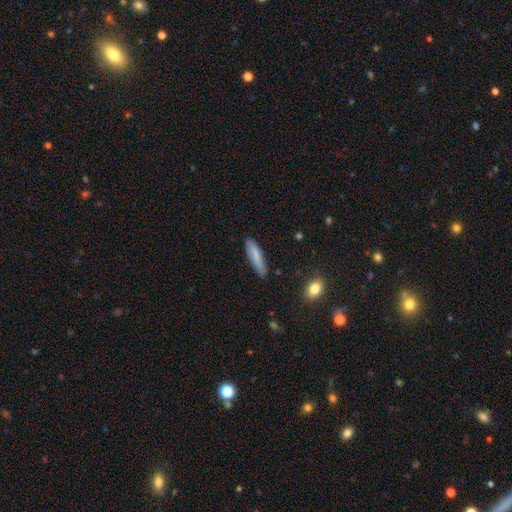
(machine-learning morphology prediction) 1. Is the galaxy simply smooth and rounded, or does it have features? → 80% smooth, 13% featured or disk, 6% star or artifact.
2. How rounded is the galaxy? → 80% cigar-shaped, 19% in between, 1% round.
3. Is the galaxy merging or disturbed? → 84% none, 13% minor disturbance, 2% major disturbance, 2% merger.